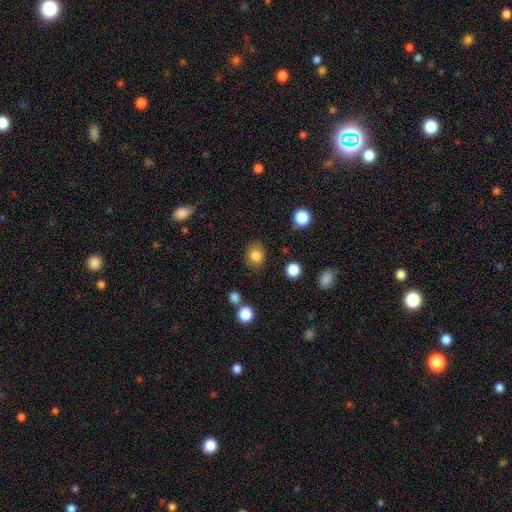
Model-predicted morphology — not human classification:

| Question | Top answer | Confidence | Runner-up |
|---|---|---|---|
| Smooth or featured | smooth | 83% | star or artifact (10%) |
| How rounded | round | 63% | in between (36%) |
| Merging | none | 82% | minor disturbance (12%) |